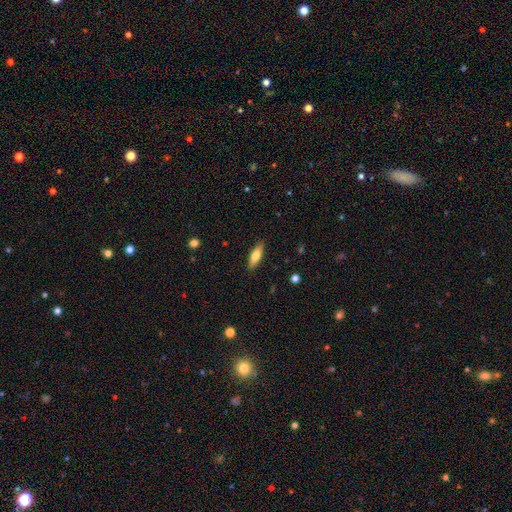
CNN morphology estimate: Smooth or featured? Predicted: smooth (p=0.61). How rounded? Predicted: cigar-shaped (p=0.53). Merging? Predicted: none (p=0.88).